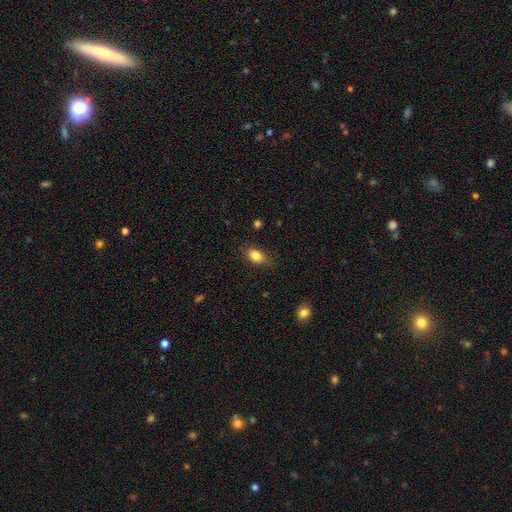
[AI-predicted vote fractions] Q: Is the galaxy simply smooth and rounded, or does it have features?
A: smooth — 84%.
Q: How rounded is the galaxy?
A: in between — 80%.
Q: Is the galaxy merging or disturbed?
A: none — 81%.